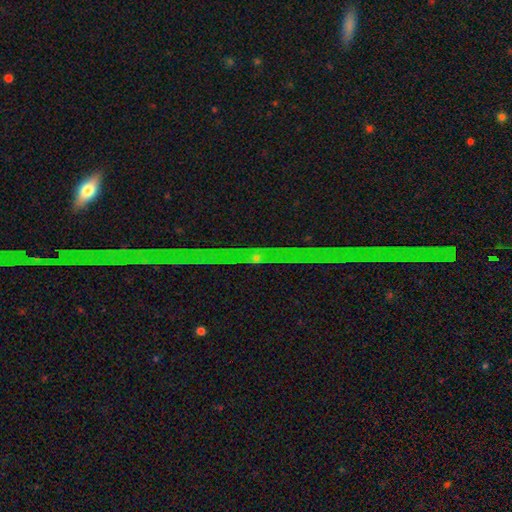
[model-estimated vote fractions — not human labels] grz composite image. It shows a star or artifact, not a galaxy (83%).